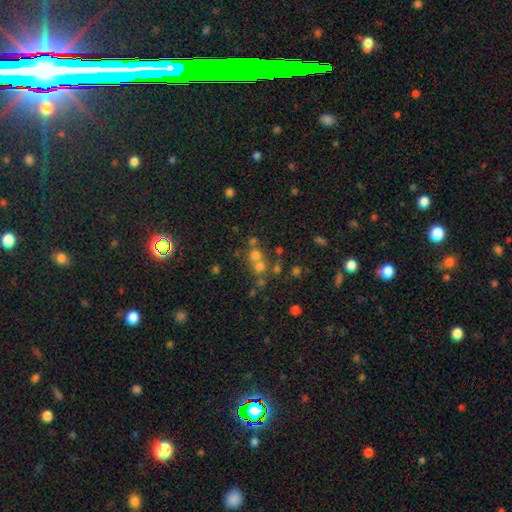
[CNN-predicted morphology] Q: Smooth or featured?
A: smooth (59%); runner-up: star or artifact (23%)
Q: How rounded?
A: round (85%); runner-up: in between (14%)
Q: Merging?
A: none (46%); runner-up: merger (43%)